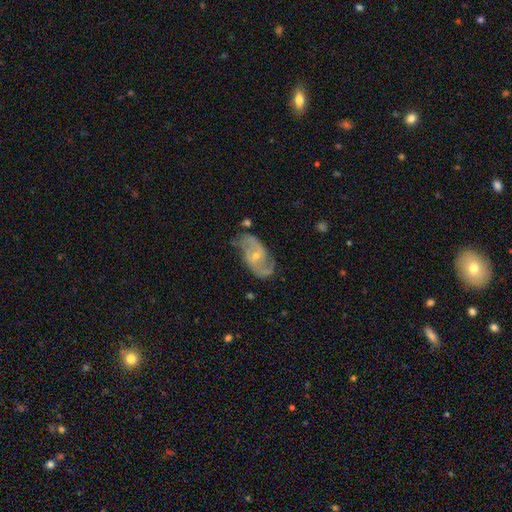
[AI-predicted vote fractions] Smooth or featured? Predicted: featured or disk (p=0.82). Edge-on disk? Predicted: no (p=0.96). Bar? Predicted: no (p=0.48). Spiral arms? Predicted: yes (p=0.91). Spiral winding? Predicted: medium (p=0.46). Spiral arm count? Predicted: 2 (p=0.84). Bulge size? Predicted: small (p=0.57). Merging? Predicted: none (p=0.65).